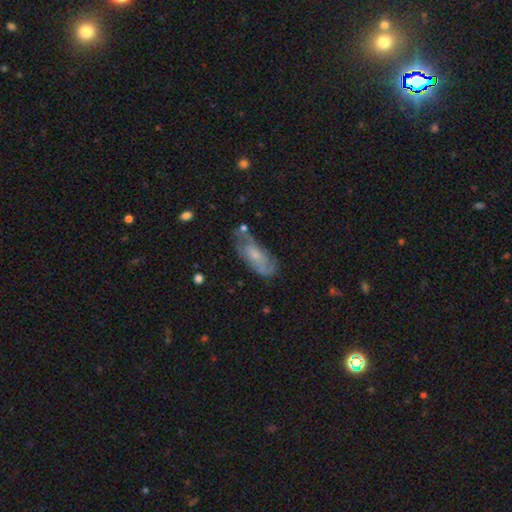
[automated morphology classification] This is possibly a featured or disk galaxy (47%). Merging: possibly none (51%).